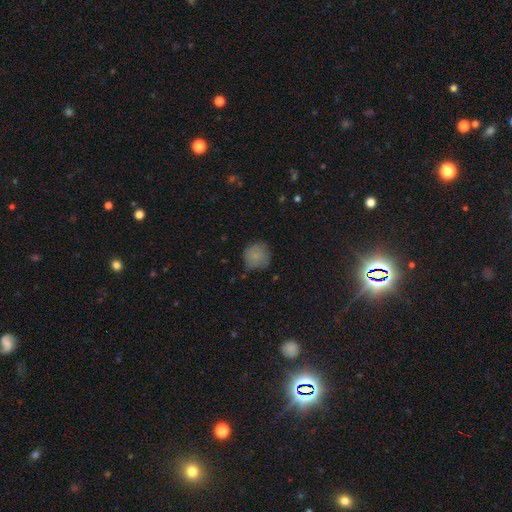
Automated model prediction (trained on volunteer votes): Smooth or featured? Predicted: smooth (p=0.79). How rounded? Predicted: round (p=0.89). Merging? Predicted: none (p=0.69).